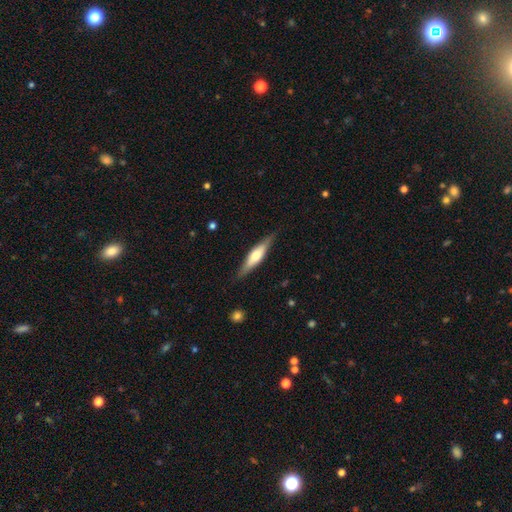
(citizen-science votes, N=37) Volunteers were most divided on "smooth or featured" (2-way tie): smooth: 49%, featured or disk: 49%, star or artifact: 3%. More confident: merging — none (81%); how rounded — cigar-shaped (72%).